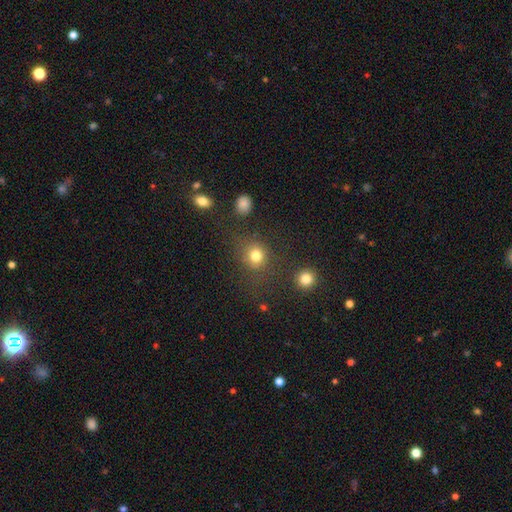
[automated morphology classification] Q: Smooth or featured?
A: smooth (79%); runner-up: star or artifact (14%)
Q: How rounded?
A: round (83%); runner-up: in between (16%)
Q: Merging?
A: none (75%); runner-up: minor disturbance (12%)